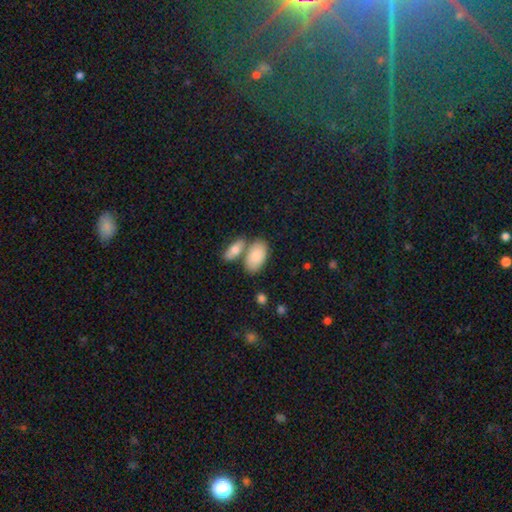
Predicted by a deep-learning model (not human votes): Smooth or featured? smooth (84%)
How rounded? in between (94%)
Merging? none (54%)